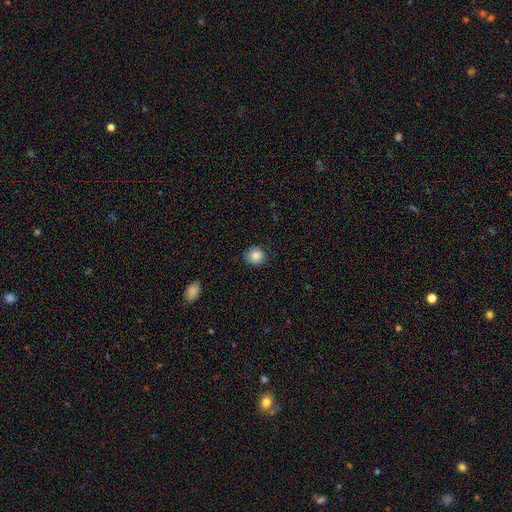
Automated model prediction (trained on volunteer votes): The model was most divided on "merging": none: 84%, minor disturbance: 13%, major disturbance: 3%, merger: 1%. More confident: how rounded — round (89%); smooth or featured — smooth (85%).